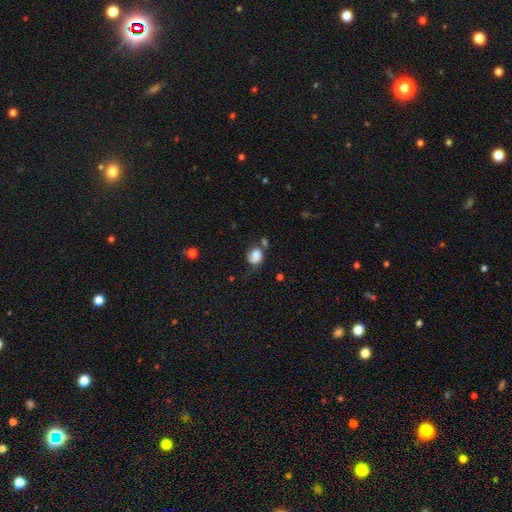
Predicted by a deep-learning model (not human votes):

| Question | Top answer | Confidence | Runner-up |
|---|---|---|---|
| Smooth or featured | smooth | 70% | featured or disk (20%) |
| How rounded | round | 58% | in between (41%) |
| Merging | none | 35% | minor disturbance (30%) |